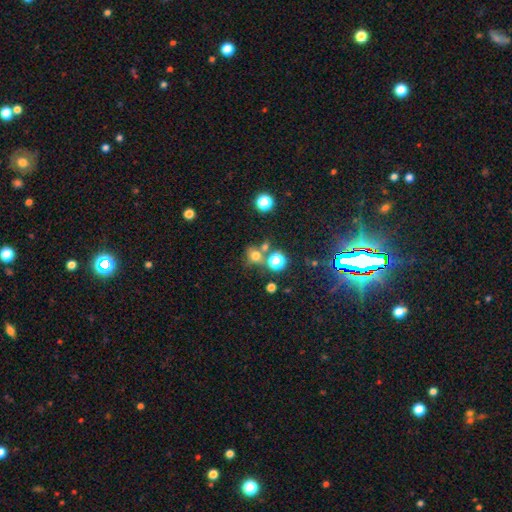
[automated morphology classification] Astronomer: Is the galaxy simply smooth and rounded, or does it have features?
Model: smooth — 67%.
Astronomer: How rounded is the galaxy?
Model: round — 76%.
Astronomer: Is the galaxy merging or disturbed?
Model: none — 60%.